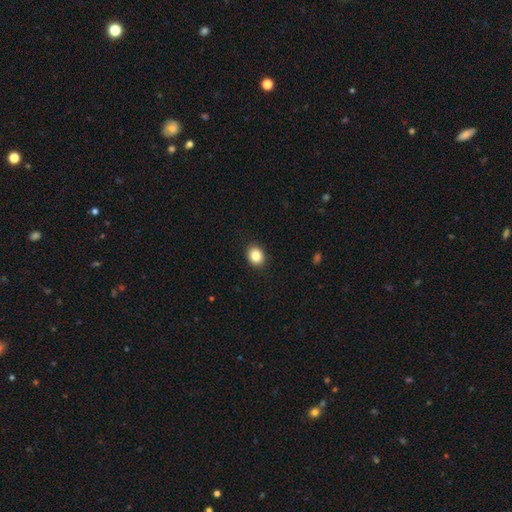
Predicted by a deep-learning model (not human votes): smooth_or_featured: smooth (p=0.85) [alt: star or artifact p=0.09]
how_rounded: round (p=0.58) [alt: in between p=0.42]
merging: none (p=0.91) [alt: minor disturbance p=0.06]